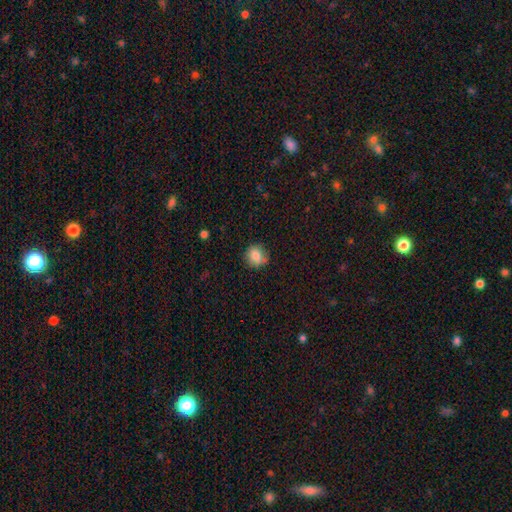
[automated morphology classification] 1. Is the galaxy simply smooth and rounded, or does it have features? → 82% smooth, 10% star or artifact, 8% featured or disk.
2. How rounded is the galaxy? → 86% round, 13% in between, 1% cigar-shaped.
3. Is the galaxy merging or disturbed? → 79% none, 15% minor disturbance, 3% major disturbance, 3% merger.